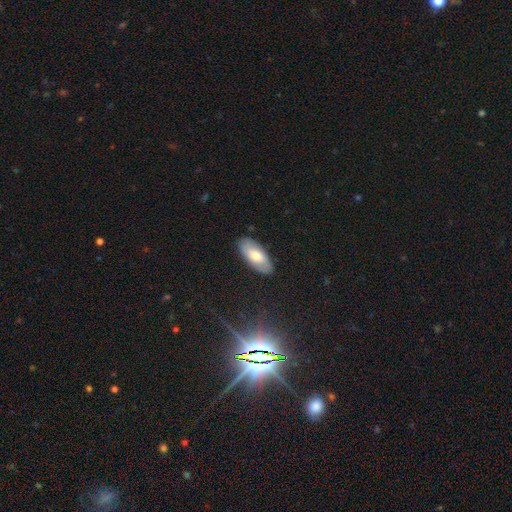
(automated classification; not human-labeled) smooth 64%, featured or disk 30%, star or artifact 6%. Down the decision tree: how rounded — in between (89%); merging — none (86%).